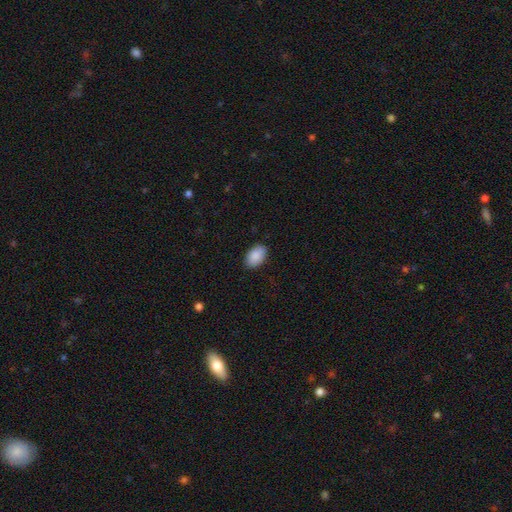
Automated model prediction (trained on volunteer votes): smooth-or-featured: smooth: 90% | star or artifact: 6% | featured or disk: 4%
  how-rounded: in between: 92% | round: 7% | cigar-shaped: 1%
  merging: none: 88% | minor disturbance: 9% | major disturbance: 2% | merger: 1%